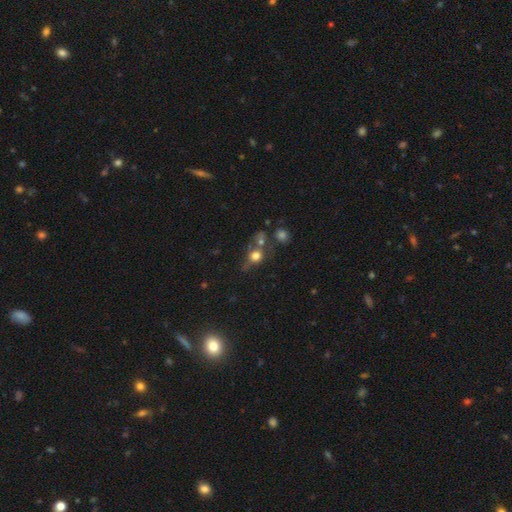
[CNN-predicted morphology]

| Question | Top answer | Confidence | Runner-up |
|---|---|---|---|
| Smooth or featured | smooth | 66% | featured or disk (17%) |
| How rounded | round | 74% | in between (23%) |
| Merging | none | 43% | merger (31%) |